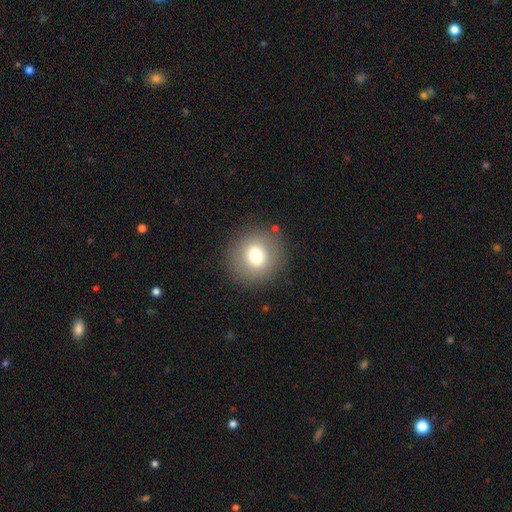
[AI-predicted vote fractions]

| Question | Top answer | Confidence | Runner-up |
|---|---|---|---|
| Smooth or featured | smooth | 72% | featured or disk (17%) |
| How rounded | round | 91% | in between (8%) |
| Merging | none | 87% | minor disturbance (8%) |